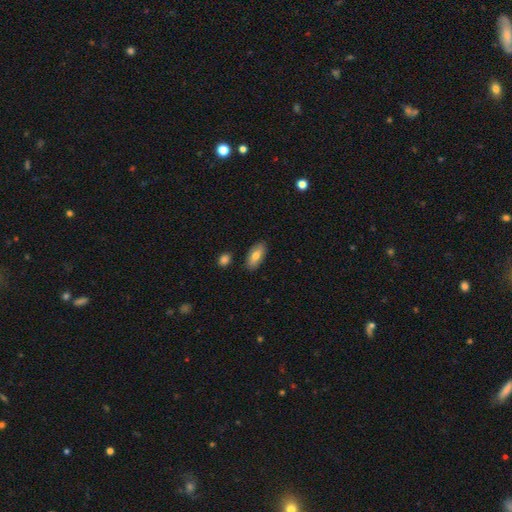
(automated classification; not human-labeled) This is likely a smooth galaxy (77%). How rounded: clearly in between (88%). Merging: clearly none (86%).